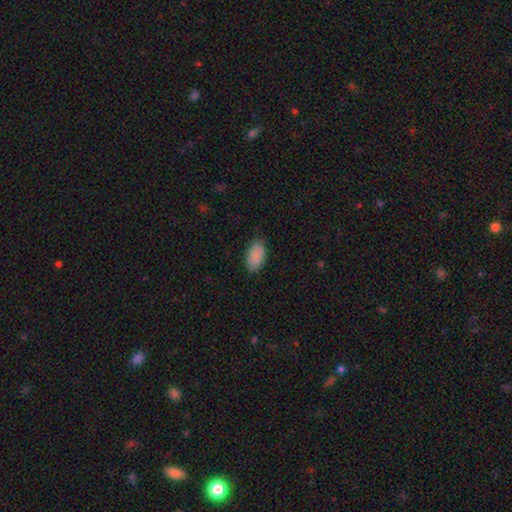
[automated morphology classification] A smooth galaxy with no disk features (89%) that is in between round and cigar-shaped (94%). Merging: none (82%).